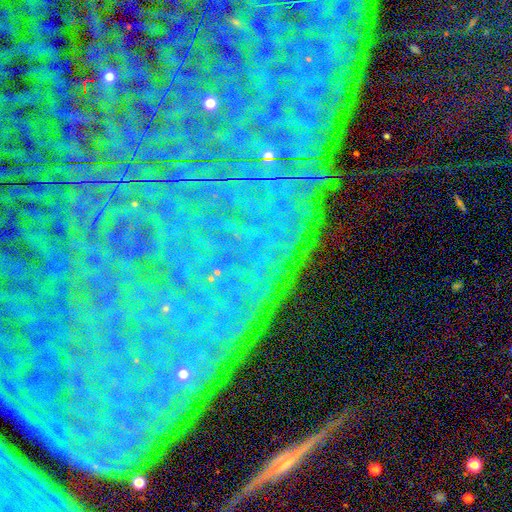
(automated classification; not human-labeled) smooth-or-featured: star or artifact: 82% | featured or disk: 10% | smooth: 8%